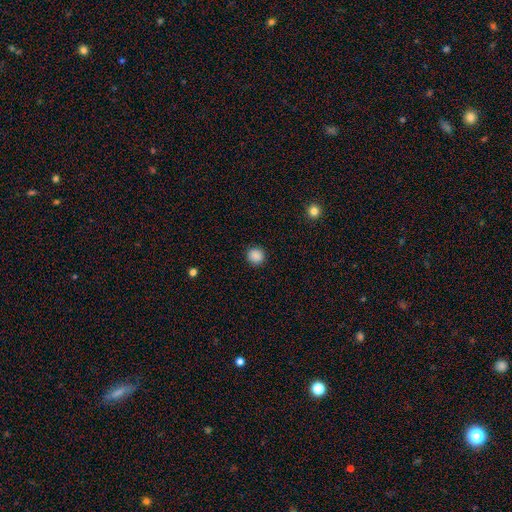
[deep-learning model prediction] This is clearly a smooth galaxy (88%). How rounded: clearly round (92%). Merging: clearly none (91%).